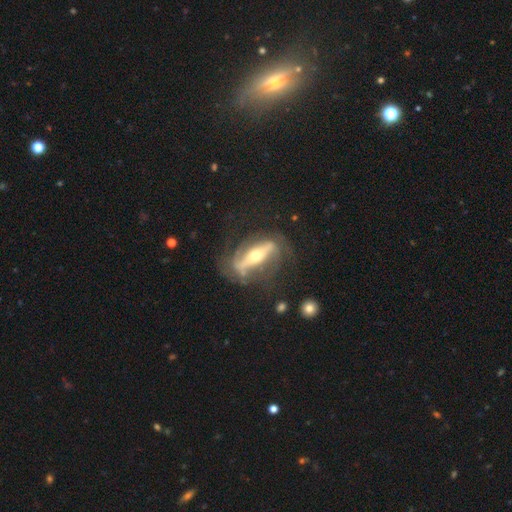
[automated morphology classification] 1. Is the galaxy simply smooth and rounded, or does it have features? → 80% featured or disk, 14% smooth, 5% star or artifact.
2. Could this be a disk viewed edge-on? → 67% no, 33% yes.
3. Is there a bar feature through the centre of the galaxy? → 72% strong, 15% no, 13% weak.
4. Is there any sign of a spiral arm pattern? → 72% yes, 28% no.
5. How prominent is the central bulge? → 56% moderate, 36% small, 6% large, 2% dominant, 1% none.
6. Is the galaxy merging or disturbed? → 63% none, 18% minor disturbance, 17% major disturbance, 3% merger.